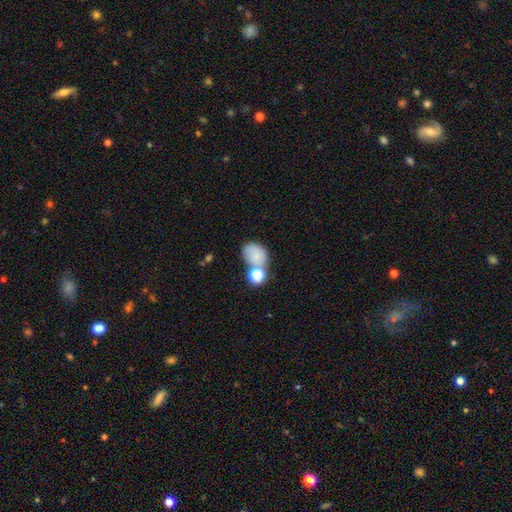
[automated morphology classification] Overall: smooth (74%). How rounded: in between (64%; round 35%). Merging: none (47%; merger 30%).